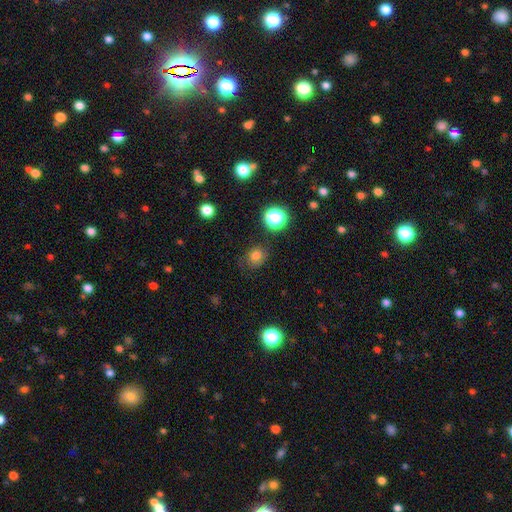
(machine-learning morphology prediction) Q: Smooth or featured?
A: smooth (75%); runner-up: star or artifact (17%)
Q: How rounded?
A: round (69%); runner-up: in between (30%)
Q: Merging?
A: none (77%); runner-up: minor disturbance (16%)